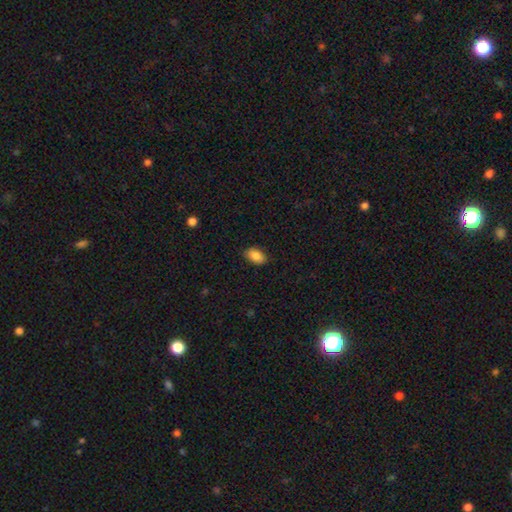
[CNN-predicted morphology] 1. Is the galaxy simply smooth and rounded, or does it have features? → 86% smooth, 8% star or artifact, 6% featured or disk.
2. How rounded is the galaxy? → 90% in between, 9% round, 1% cigar-shaped.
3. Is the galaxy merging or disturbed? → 85% none, 11% minor disturbance, 2% major disturbance, 1% merger.